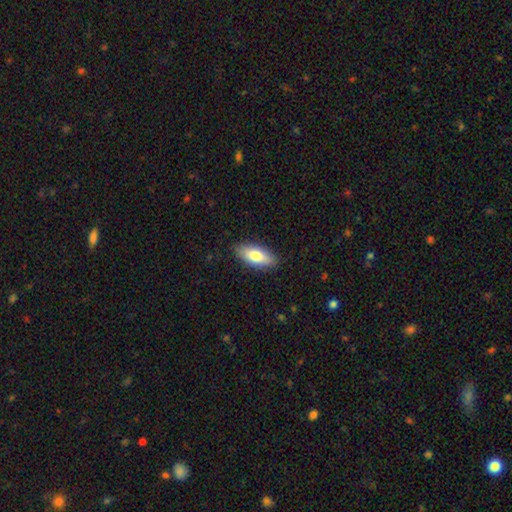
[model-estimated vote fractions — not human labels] A smooth galaxy with no disk features (76%) that is in between round and cigar-shaped (80%).

Vote fractions:
- Smooth or featured? smooth: 76% / featured or disk: 18% / star or artifact: 6%
- How rounded? in between: 80% / cigar-shaped: 17% / round: 2%
- Merging? none: 87% / minor disturbance: 10% / major disturbance: 2% / merger: 1%